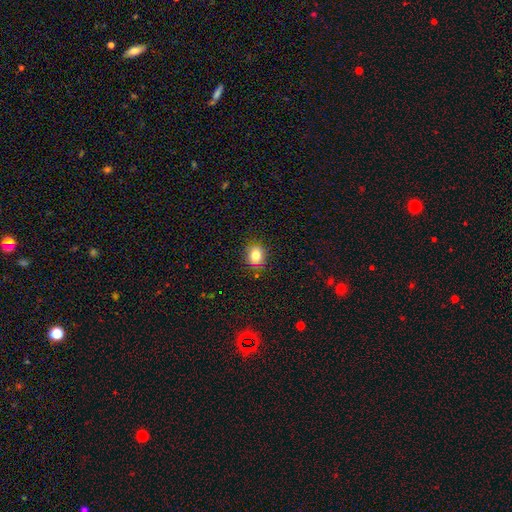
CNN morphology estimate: Smooth or featured: smooth — 78% (star or artifact — 12%)
How rounded: round — 58% (in between — 41%)
Merging: none — 85% (minor disturbance — 10%)